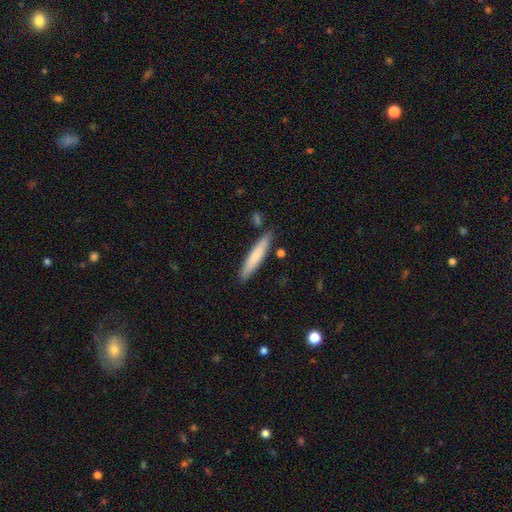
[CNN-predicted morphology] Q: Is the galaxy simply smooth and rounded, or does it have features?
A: smooth — 72%.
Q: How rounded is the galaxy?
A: cigar-shaped — 90%.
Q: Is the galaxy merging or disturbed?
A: none — 84%.